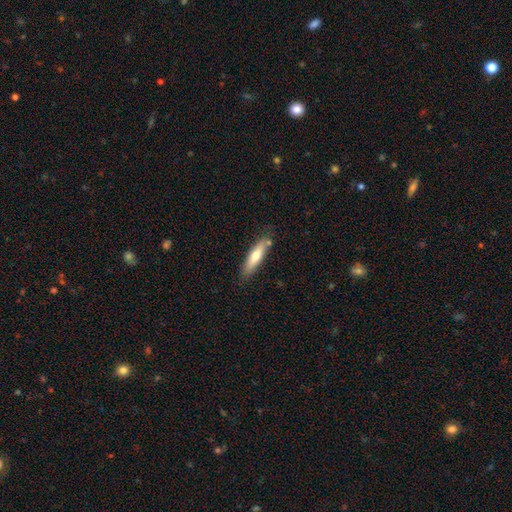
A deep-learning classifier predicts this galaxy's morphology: Smooth or featured?
  - smooth: 64% *
  - featured or disk: 30%
  - star or artifact: 6%
How rounded?
  - cigar-shaped: 75% *
  - in between: 23%
  - round: 2%
Merging?
  - none: 78% *
  - minor disturbance: 14%
  - merger: 5%
  - major disturbance: 3%